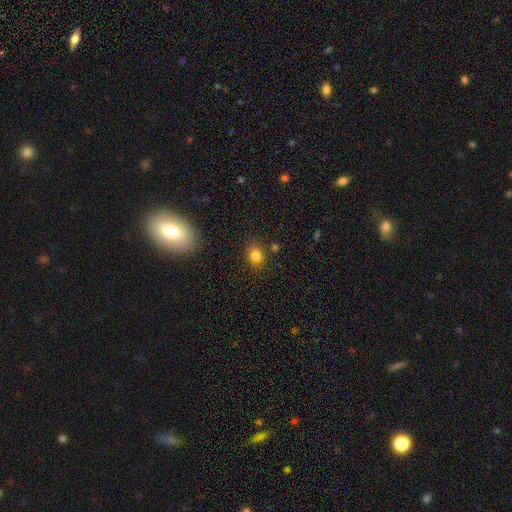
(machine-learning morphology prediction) smooth_or_featured: smooth (p=0.78) [alt: star or artifact p=0.15]
how_rounded: round (p=0.59) [alt: in between p=0.39]
merging: none (p=0.77) [alt: minor disturbance p=0.14]